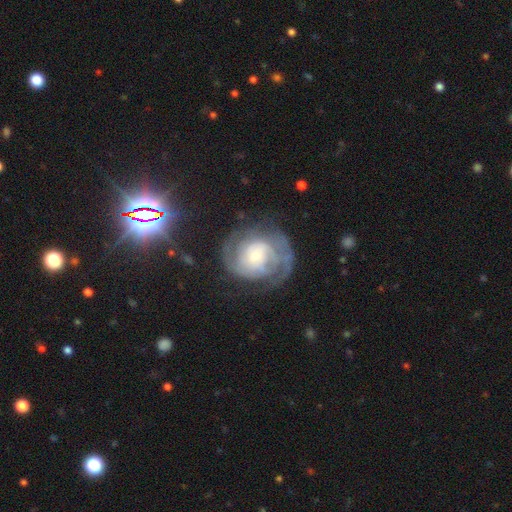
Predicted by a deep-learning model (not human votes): Smooth or featured? featured or disk (78%)
Edge-on disk? no (97%)
Bar? no (68%)
Spiral arms? yes (88%)
Spiral winding? tight (52%)
Spiral arm count? 2 (43%)
Bulge size? small (60%)
Merging? none (60%)